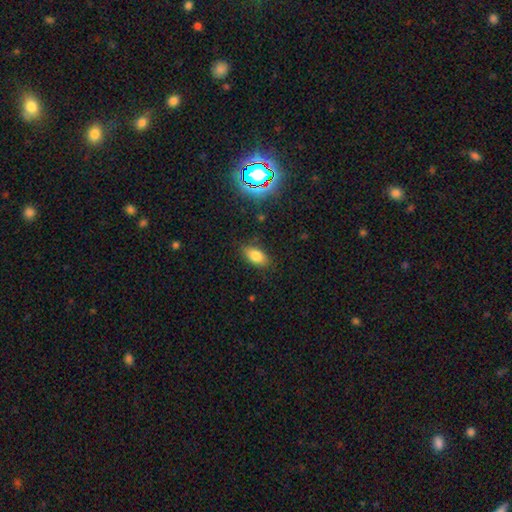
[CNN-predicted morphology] Smooth or featured? Predicted: smooth (p=0.78). How rounded? Predicted: in between (p=0.88). Merging? Predicted: none (p=0.82).